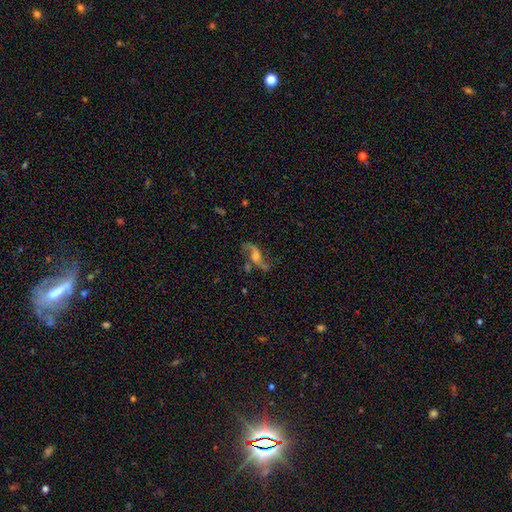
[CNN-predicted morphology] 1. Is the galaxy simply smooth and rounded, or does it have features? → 80% featured or disk, 11% smooth, 9% star or artifact.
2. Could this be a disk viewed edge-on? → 92% no, 8% yes.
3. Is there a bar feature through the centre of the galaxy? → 48% no, 39% weak, 13% strong.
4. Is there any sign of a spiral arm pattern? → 93% yes, 7% no.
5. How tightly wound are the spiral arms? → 83% loose, 14% medium, 3% tight.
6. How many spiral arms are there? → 90% 2, 4% 1, 2% can't tell, 1% 3, 1% 4, 1% more than 4.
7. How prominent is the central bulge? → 34% moderate, 23% small, 22% none, 18% large, 3% dominant.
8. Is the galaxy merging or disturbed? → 63% none, 16% minor disturbance, 15% major disturbance, 6% merger.